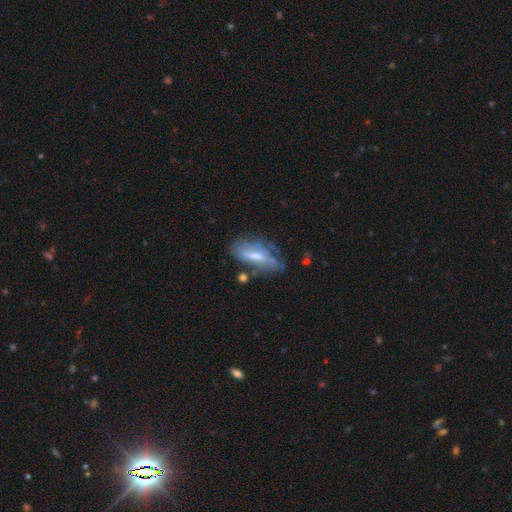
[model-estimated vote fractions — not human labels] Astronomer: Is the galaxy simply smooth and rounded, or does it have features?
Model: featured or disk — 51% (runner-up: smooth, 41%).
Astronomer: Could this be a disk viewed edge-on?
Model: no — 77%.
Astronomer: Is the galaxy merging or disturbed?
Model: none — 54%.